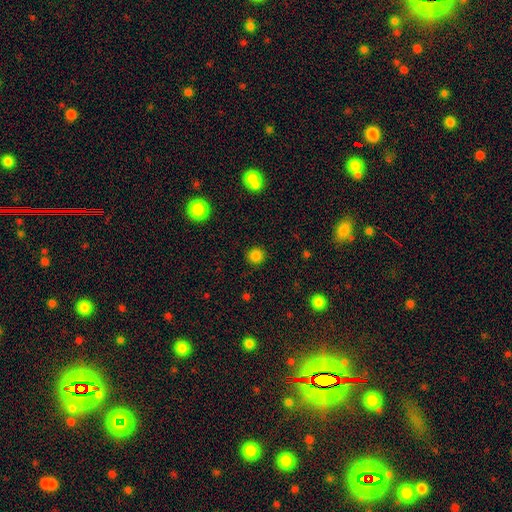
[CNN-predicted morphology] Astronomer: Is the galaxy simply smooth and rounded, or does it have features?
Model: smooth — 83%.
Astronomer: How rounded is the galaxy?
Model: round — 93%.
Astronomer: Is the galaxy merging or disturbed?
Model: none — 90%.